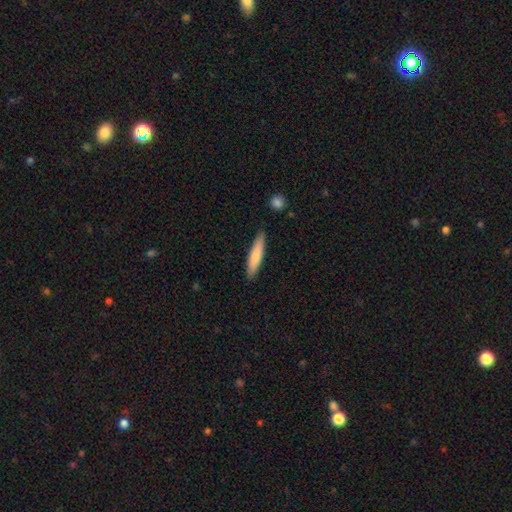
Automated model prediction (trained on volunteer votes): Q: Smooth or featured?
A: smooth (76%); runner-up: featured or disk (18%)
Q: How rounded?
A: cigar-shaped (83%); runner-up: in between (16%)
Q: Merging?
A: none (87%); runner-up: minor disturbance (9%)